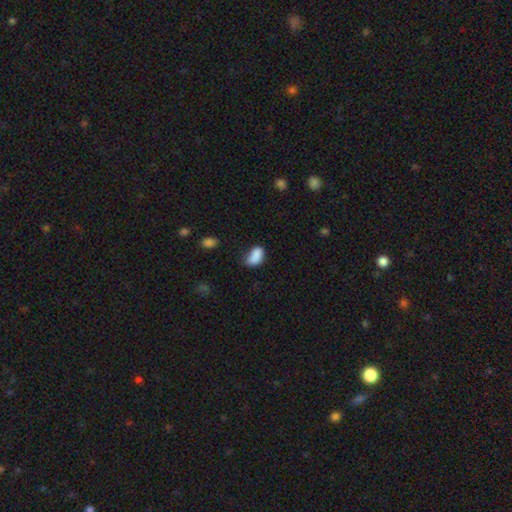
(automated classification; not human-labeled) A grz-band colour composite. It shows a smooth galaxy with no disk features (84%) that is in between round and cigar-shaped (90%). Merging: none (43%).